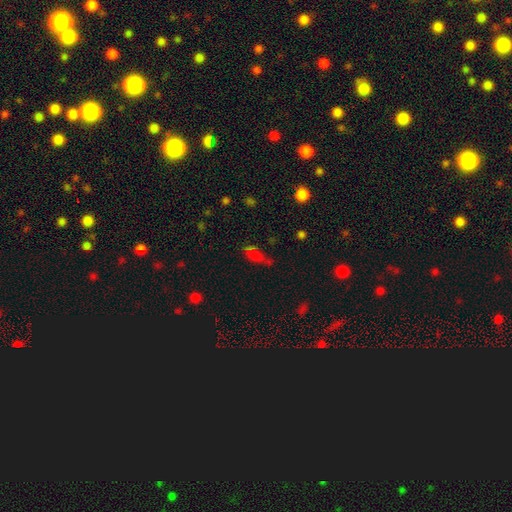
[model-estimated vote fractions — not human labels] A smooth galaxy with no disk features (54%) that is in between round and cigar-shaped (73%). Merging: none (51%).